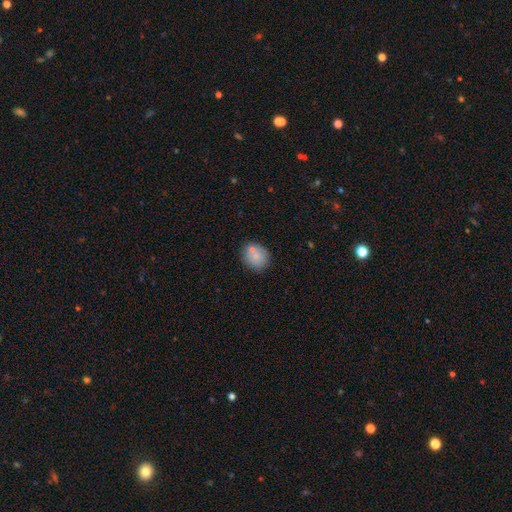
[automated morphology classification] type=smooth (77%); roundness=round (79%); merging=none (73%).